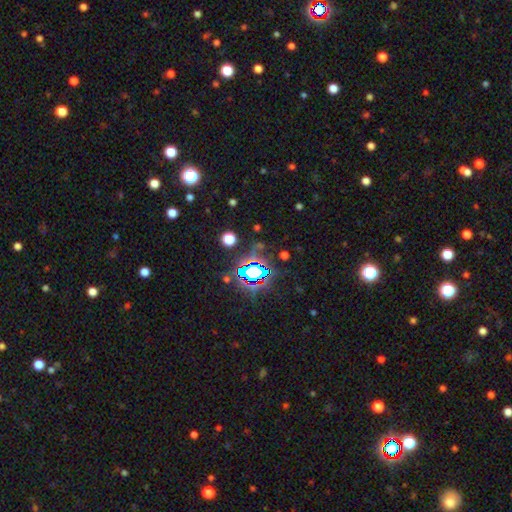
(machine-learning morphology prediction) A star or artifact, not a galaxy (82%).